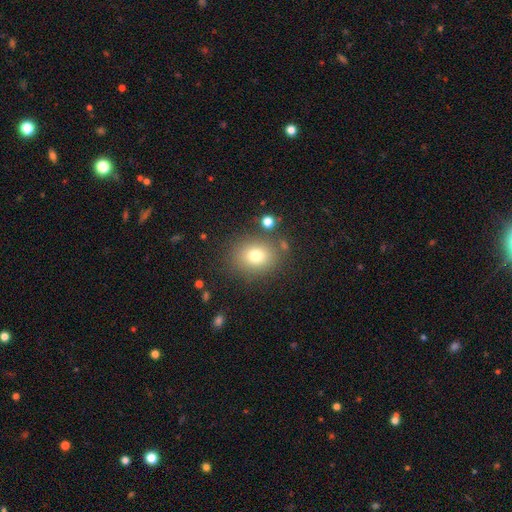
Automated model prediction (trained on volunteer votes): A smooth galaxy with no disk features (75%) that is round (61%). Merging: none (80%).